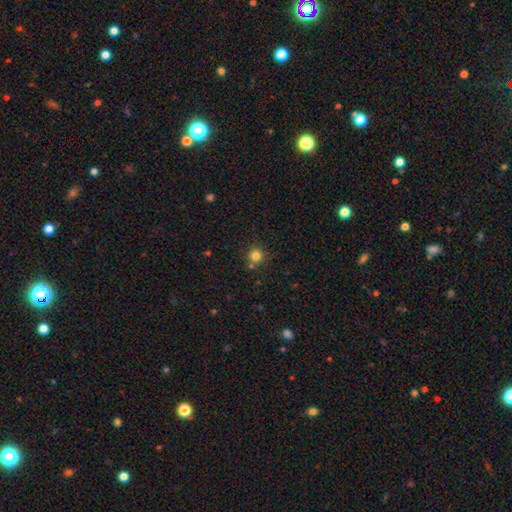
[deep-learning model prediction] Q: Smooth or featured?
A: smooth (80%); runner-up: star or artifact (14%)
Q: How rounded?
A: round (92%); runner-up: in between (7%)
Q: Merging?
A: none (76%); runner-up: merger (12%)